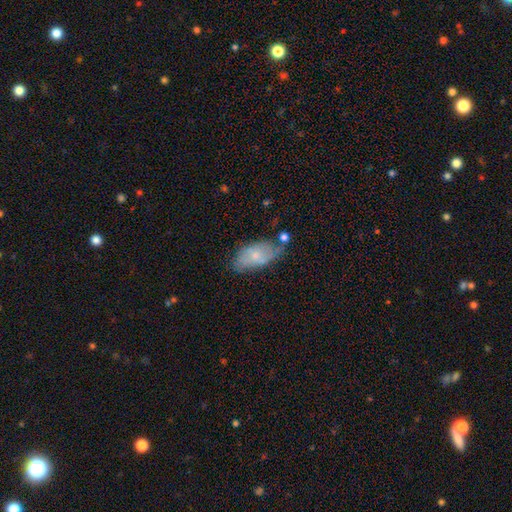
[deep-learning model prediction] Smooth or featured? Predicted: smooth (p=0.64). How rounded? Predicted: in between (p=0.92). Merging? Predicted: none (p=0.54).